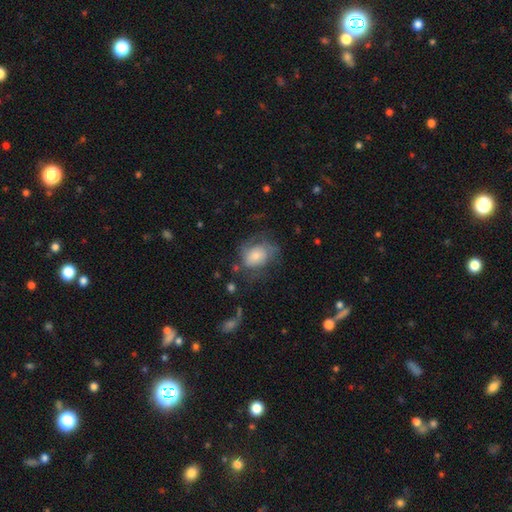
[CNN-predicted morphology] A featured or disk galaxy (50%). Merging: none (48%).